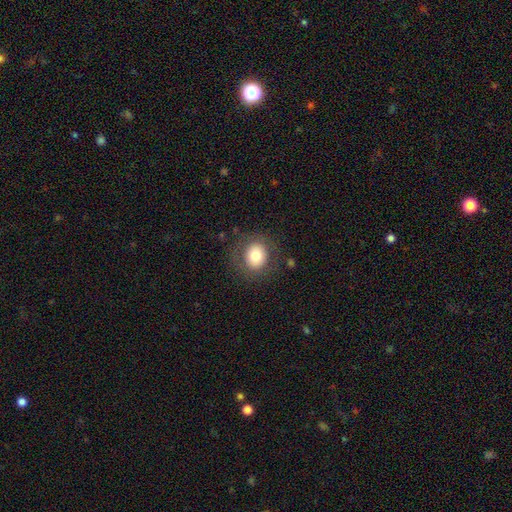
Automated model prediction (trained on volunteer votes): The model was most divided on "smooth or featured": smooth: 75%, featured or disk: 15%, star or artifact: 10%. More confident: merging — none (82%); how rounded — round (80%).